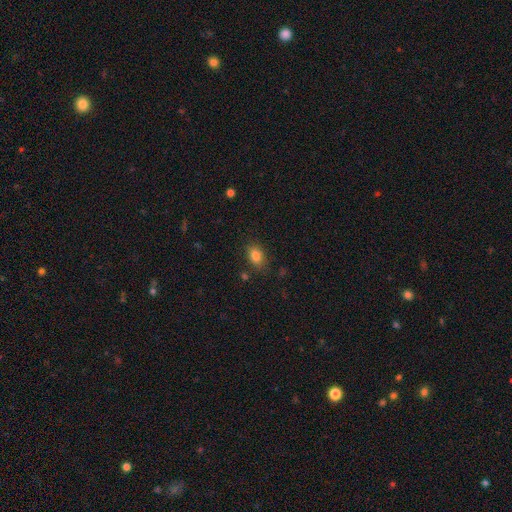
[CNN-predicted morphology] Q: Smooth or featured?
A: smooth (83%); runner-up: star or artifact (10%)
Q: How rounded?
A: in between (81%); runner-up: round (18%)
Q: Merging?
A: none (82%); runner-up: minor disturbance (12%)